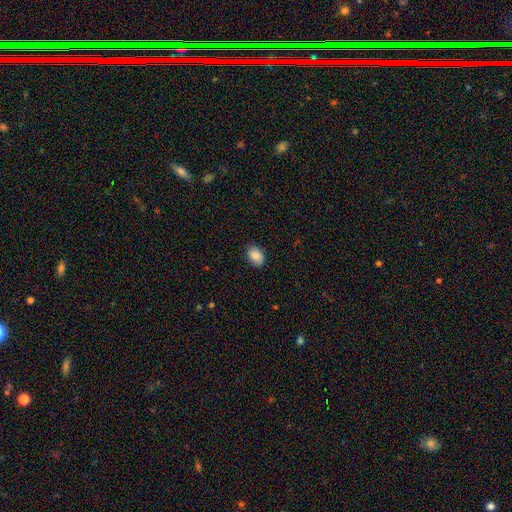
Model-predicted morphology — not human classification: smooth_or_featured: smooth (p=0.88) [alt: star or artifact p=0.07]
how_rounded: in between (p=0.85) [alt: round p=0.14]
merging: none (p=0.86) [alt: minor disturbance p=0.11]